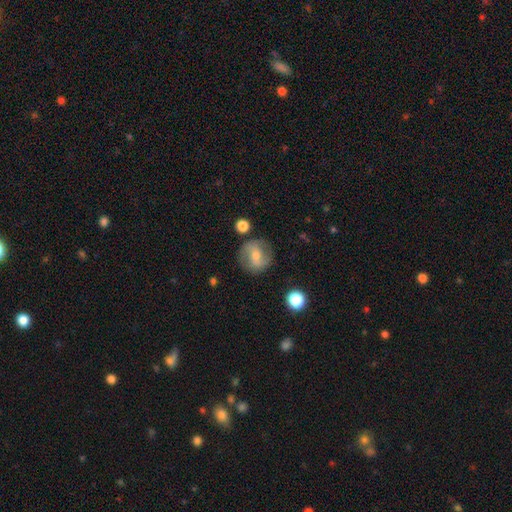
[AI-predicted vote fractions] This appears to be a featured or disk galaxy (48%). Merging: none (81%).